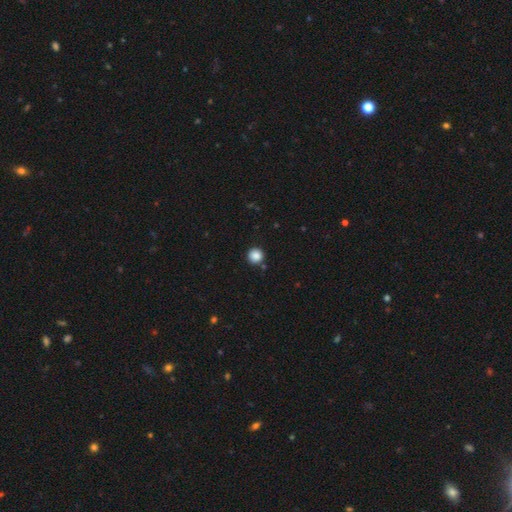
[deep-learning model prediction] Overall: smooth (87%). How rounded: round (95%). Merging: none (88%).